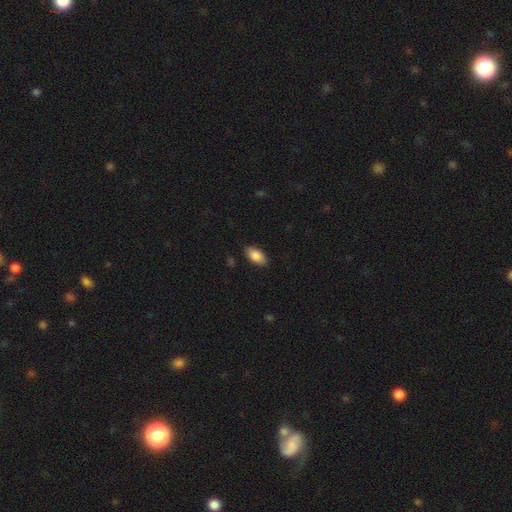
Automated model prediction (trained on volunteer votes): A smooth galaxy with no disk features (86%) that is in between round and cigar-shaped (94%). Merging: none (87%).